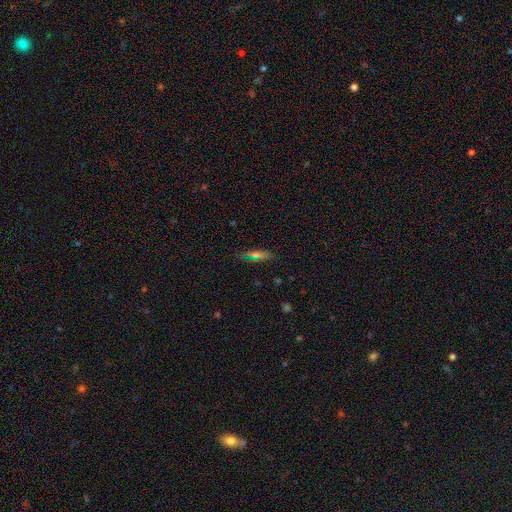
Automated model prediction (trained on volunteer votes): smooth 59%, featured or disk 23%, star or artifact 18%. Down the decision tree: how rounded — cigar-shaped (51%); merging — none (85%).